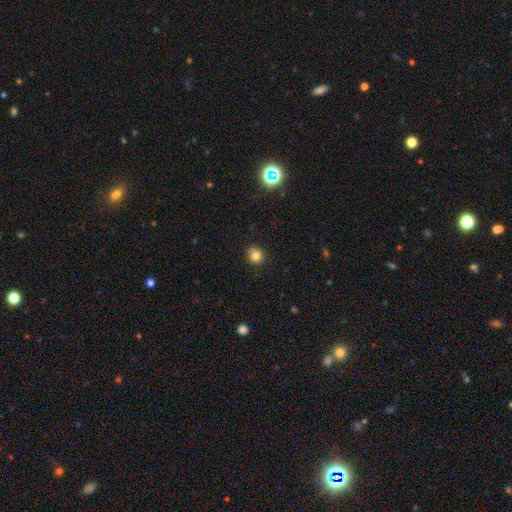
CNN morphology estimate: Overall: smooth (80%). How rounded: round (83%). Merging: none (75%).